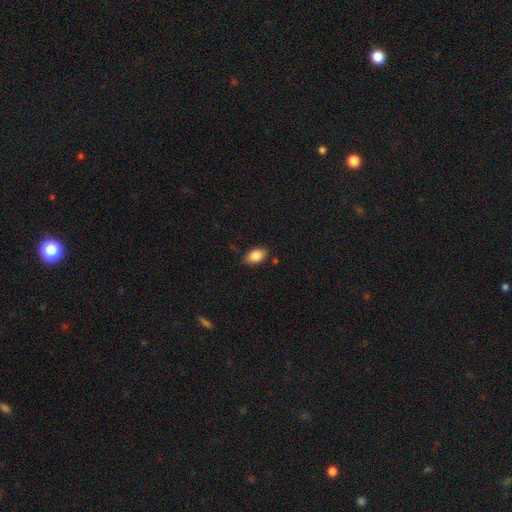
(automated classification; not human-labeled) This is clearly a smooth galaxy (86%). How rounded: clearly in between (91%). Merging: clearly none (84%).